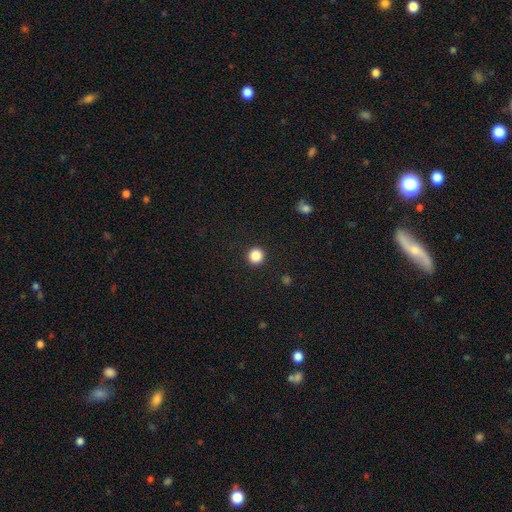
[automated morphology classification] A smooth galaxy with no disk features (87%) that is round (95%). Merging: none (93%).